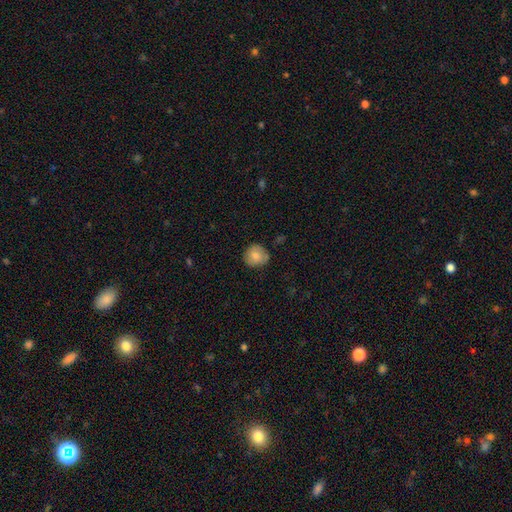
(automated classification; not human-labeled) Smooth or featured? smooth (79%)
How rounded? round (88%)
Merging? none (80%)